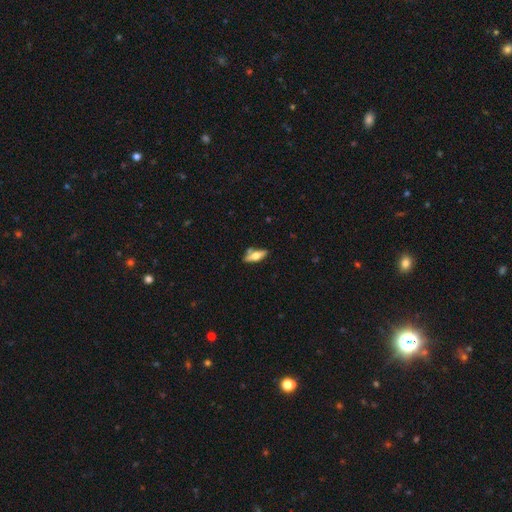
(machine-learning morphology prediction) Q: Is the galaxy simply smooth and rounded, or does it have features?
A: smooth — 47%.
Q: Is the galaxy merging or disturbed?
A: none — 69%.